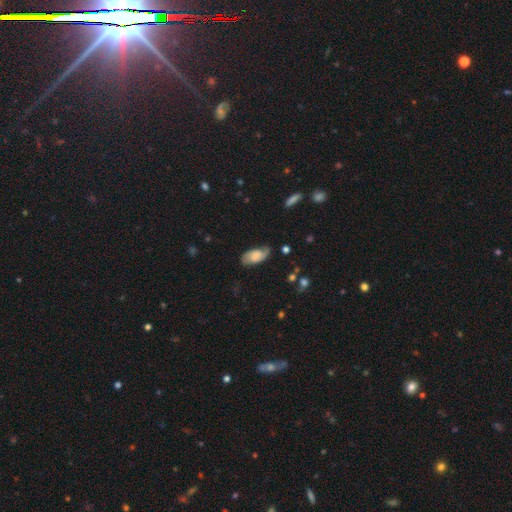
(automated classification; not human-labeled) This is possibly a featured or disk galaxy (56%). It is clearly not viewed edge-on (94%). Bar: likely no (60%). Spiral arm pattern: clearly yes (90%). Central bulge: marginally none (29%). Merging: likely none (68%).